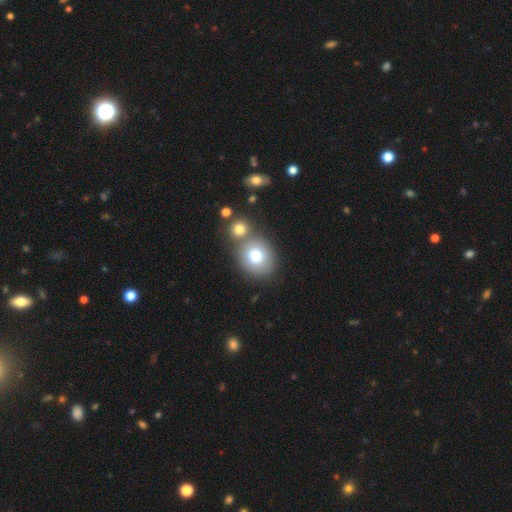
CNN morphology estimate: Smooth or featured: smooth — 76% (featured or disk — 15%)
How rounded: round — 75% (in between — 24%)
Merging: none — 57% (merger — 29%)